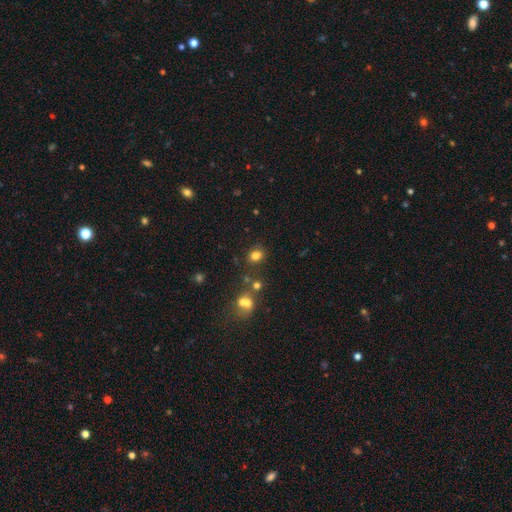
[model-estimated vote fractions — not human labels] smooth_or_featured: smooth (p=0.78) [alt: star or artifact p=0.15]
how_rounded: round (p=0.57) [alt: in between p=0.41]
merging: none (p=0.77) [alt: minor disturbance p=0.11]